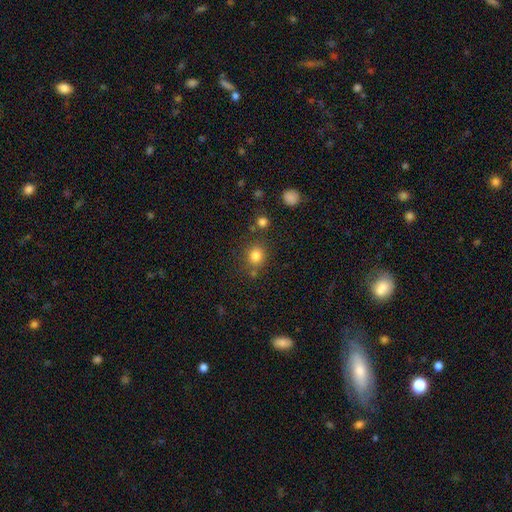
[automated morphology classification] A smooth galaxy with no disk features (81%) that is round (81%).

Vote fractions:
- Smooth or featured? smooth: 81% / star or artifact: 13% / featured or disk: 6%
- How rounded? round: 81% / in between: 18% / cigar-shaped: 1%
- Merging? none: 76% / minor disturbance: 11% / merger: 9% / major disturbance: 4%